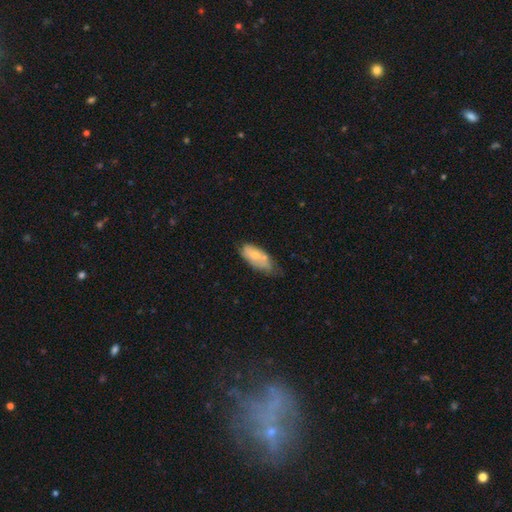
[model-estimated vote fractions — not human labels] Smooth or featured? smooth (67%)
How rounded? in between (85%)
Merging? minor disturbance (39%)